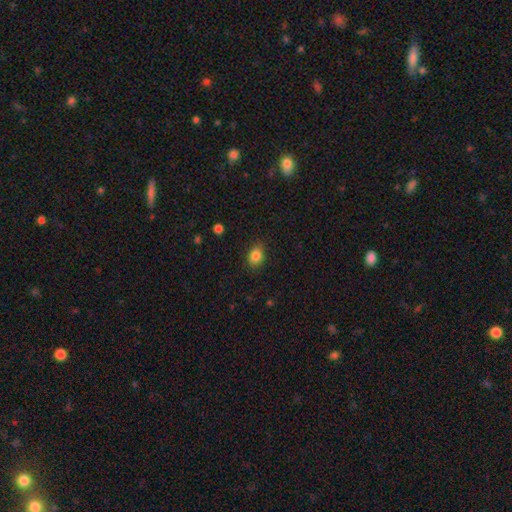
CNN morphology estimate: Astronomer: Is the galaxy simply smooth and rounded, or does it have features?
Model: smooth — 84%.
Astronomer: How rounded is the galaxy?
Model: in between — 58% (runner-up: round, 41%).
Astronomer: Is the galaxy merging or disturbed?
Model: none — 82%.